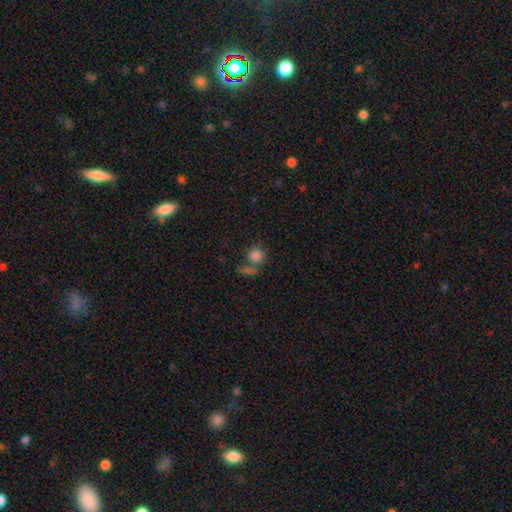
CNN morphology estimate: smooth-or-featured: smooth: 82% | star or artifact: 12% | featured or disk: 6%
  how-rounded: round: 82% | in between: 16% | cigar-shaped: 2%
  merging: none: 53% | merger: 29% | minor disturbance: 11% | major disturbance: 7%